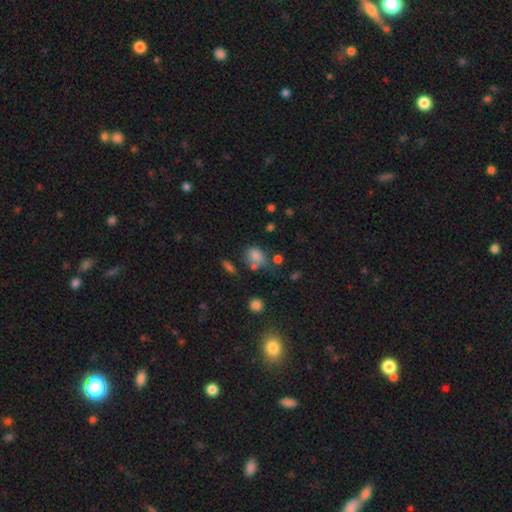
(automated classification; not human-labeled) This appears to be a smooth galaxy with no disk features (77%) that is in between round and cigar-shaped (61%). Merging: none (50%).